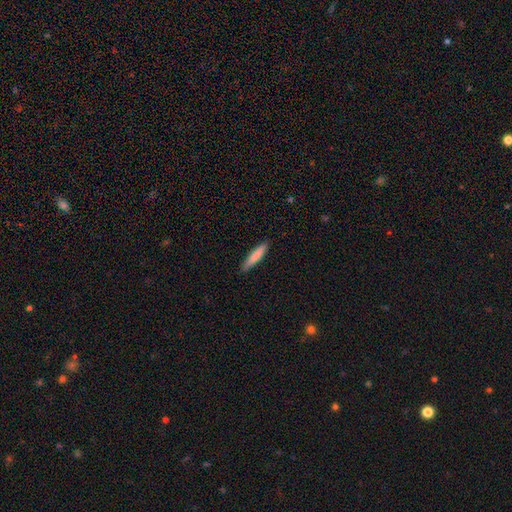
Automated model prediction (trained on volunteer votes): A smooth galaxy with no disk features (80%) that is cigar-shaped (89%). Merging: none (89%).